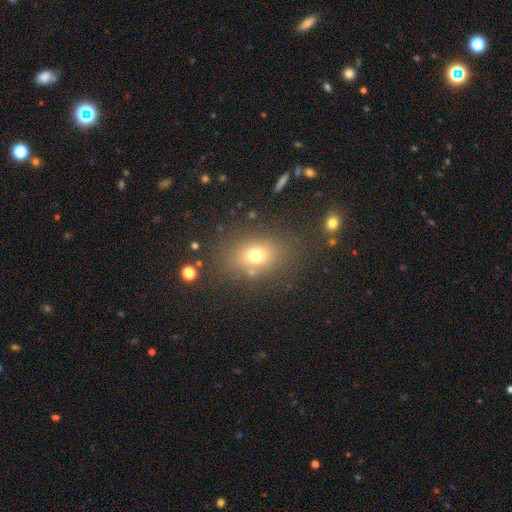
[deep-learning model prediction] smooth_or_featured: smooth (p=0.70) [alt: star or artifact p=0.17]
how_rounded: in between (p=0.60) [alt: round p=0.39]
merging: none (p=0.79) [alt: minor disturbance p=0.11]